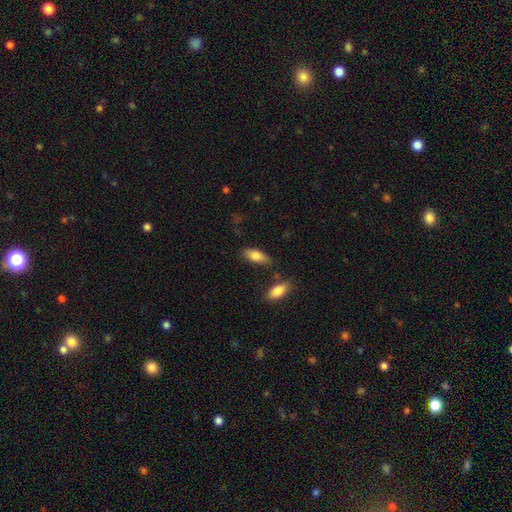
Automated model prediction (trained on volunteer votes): Smooth or featured: smooth — 82% (featured or disk — 11%)
How rounded: in between — 81% (cigar-shaped — 17%)
Merging: none — 72% (minor disturbance — 18%)